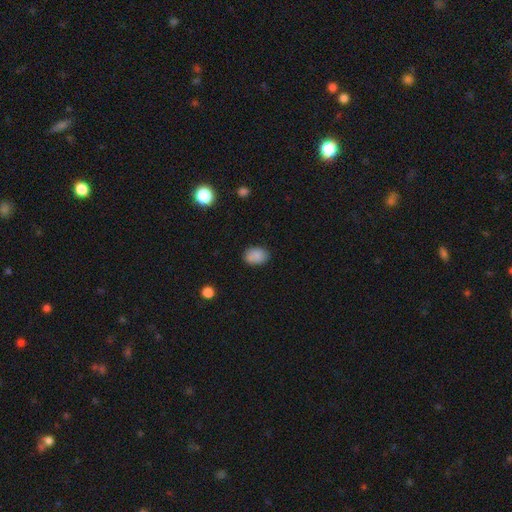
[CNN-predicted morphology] A smooth galaxy with no disk features (86%) that is in between round and cigar-shaped (77%). Merging: none (79%).